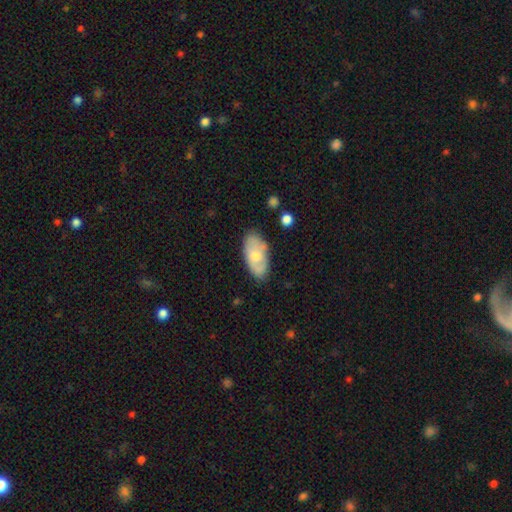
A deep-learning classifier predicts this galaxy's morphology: Smooth or featured? smooth (62%)
How rounded? in between (94%)
Merging? none (74%)